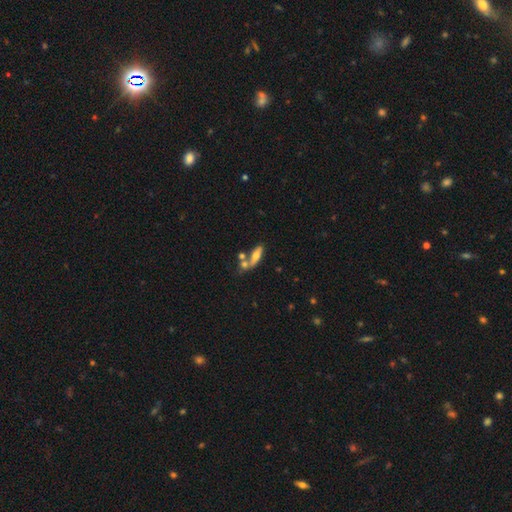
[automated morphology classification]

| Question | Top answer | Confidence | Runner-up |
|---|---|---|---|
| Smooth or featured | smooth | 55% | featured or disk (36%) |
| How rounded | in between | 53% | cigar-shaped (42%) |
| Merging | none | 42% | merger (37%) |